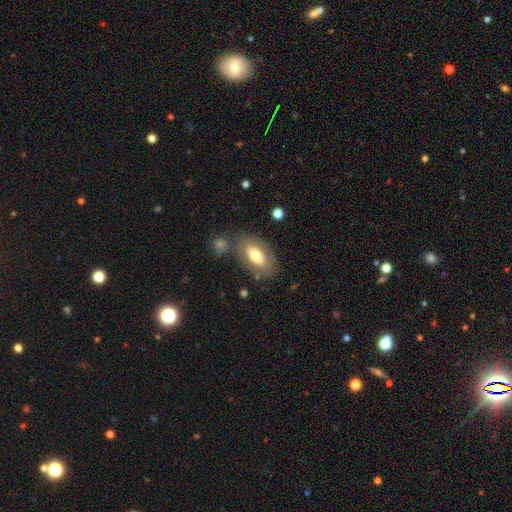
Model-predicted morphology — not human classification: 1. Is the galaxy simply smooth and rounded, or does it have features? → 67% smooth, 25% featured or disk, 7% star or artifact.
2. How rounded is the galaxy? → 91% in between, 5% cigar-shaped, 4% round.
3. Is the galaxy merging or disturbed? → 71% none, 15% minor disturbance, 9% merger, 6% major disturbance.